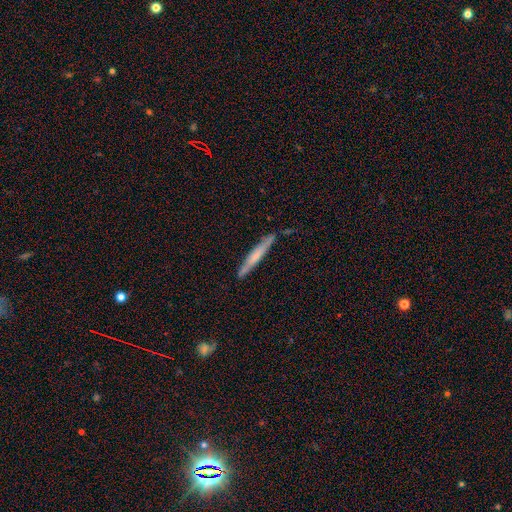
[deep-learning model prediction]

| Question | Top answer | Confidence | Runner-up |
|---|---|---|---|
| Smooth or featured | smooth | 54% | featured or disk (40%) |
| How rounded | cigar-shaped | 96% | in between (3%) |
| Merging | none | 83% | minor disturbance (13%) |